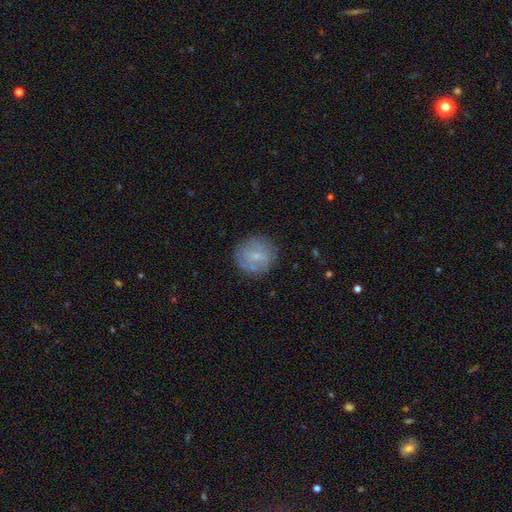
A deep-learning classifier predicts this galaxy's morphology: smooth-or-featured: smooth: 56% | featured or disk: 35% | star or artifact: 9%
  how-rounded: round: 85% | in between: 13% | cigar-shaped: 1%
  merging: none: 77% | minor disturbance: 15% | major disturbance: 5% | merger: 2%